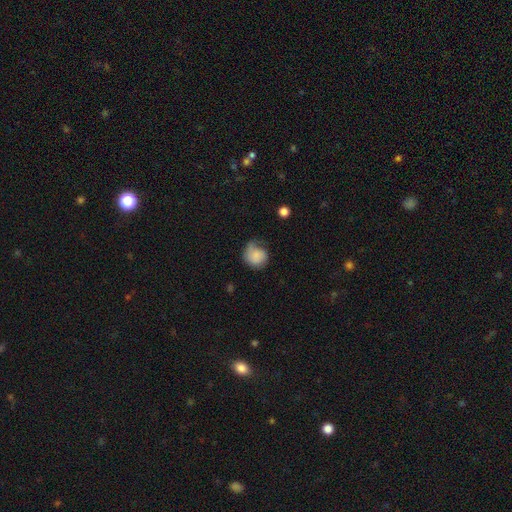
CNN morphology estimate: smooth-or-featured: smooth: 70% | featured or disk: 22% | star or artifact: 8%
  how-rounded: round: 75% | in between: 24% | cigar-shaped: 1%
  merging: none: 40% | minor disturbance: 34% | major disturbance: 23% | merger: 2%